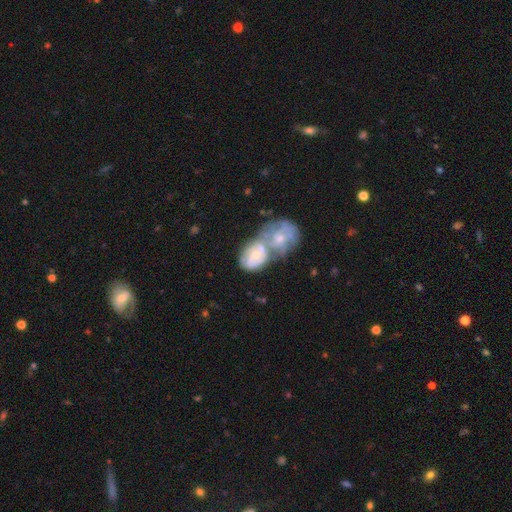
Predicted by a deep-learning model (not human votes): This is likely a featured or disk galaxy (64%). It is clearly not viewed edge-on (97%). Bar: likely no (77%). Spiral arm pattern: likely yes (68%). Central bulge: possibly small (53%). Merging: likely merger (74%).